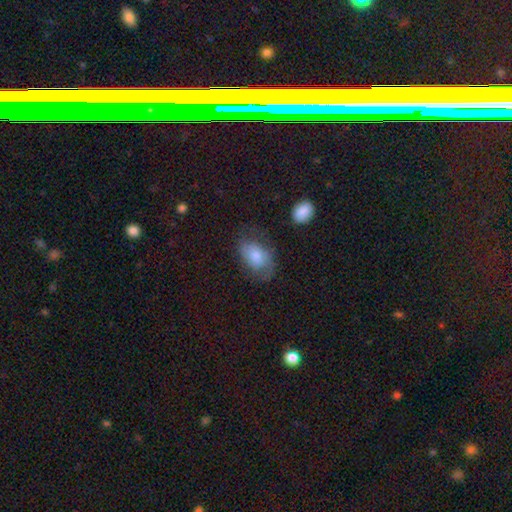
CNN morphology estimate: smooth-or-featured: smooth: 55% | featured or disk: 35% | star or artifact: 10%
  how-rounded: in between: 85% | round: 13% | cigar-shaped: 2%
  merging: none: 57% | minor disturbance: 25% | major disturbance: 16% | merger: 2%